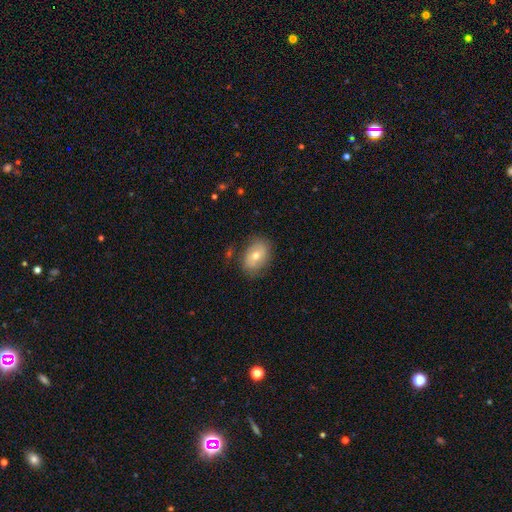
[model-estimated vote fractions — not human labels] This appears to be a smooth galaxy with no disk features (63%) that is in between round and cigar-shaped (78%). Merging: none (76%).